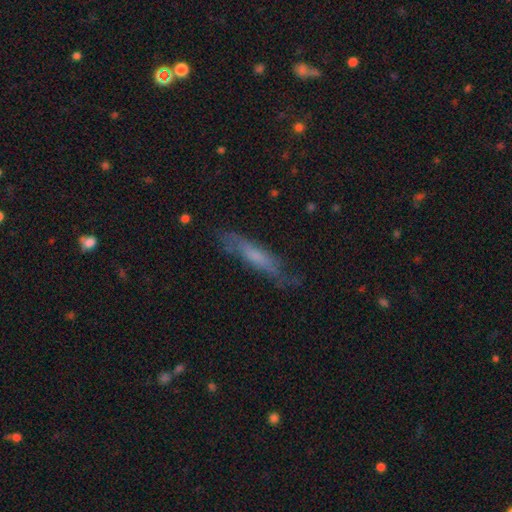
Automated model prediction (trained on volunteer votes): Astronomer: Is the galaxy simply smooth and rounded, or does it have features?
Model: smooth — 50% (runner-up: featured or disk, 42%).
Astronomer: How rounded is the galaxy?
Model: cigar-shaped — 83%.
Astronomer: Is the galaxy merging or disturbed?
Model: none — 71%.